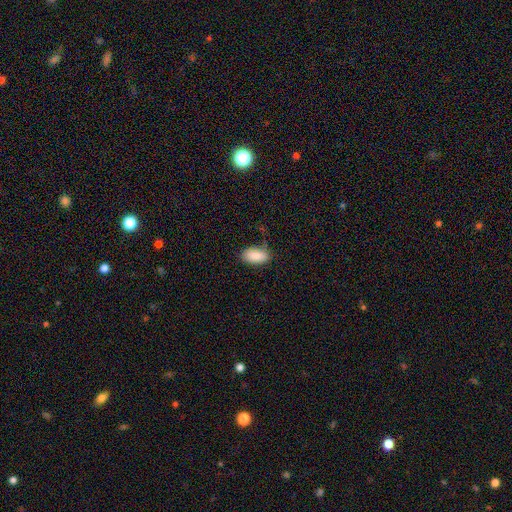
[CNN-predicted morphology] smooth-or-featured: smooth: 87% | star or artifact: 7% | featured or disk: 6%
  how-rounded: in between: 94% | round: 3% | cigar-shaped: 3%
  merging: none: 76% | minor disturbance: 18% | major disturbance: 4% | merger: 2%